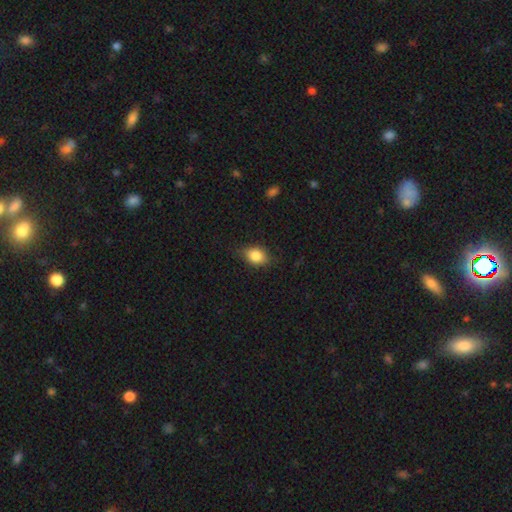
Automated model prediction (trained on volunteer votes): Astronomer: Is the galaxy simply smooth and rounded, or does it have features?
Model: smooth — 83%.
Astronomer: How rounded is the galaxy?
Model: in between — 69%.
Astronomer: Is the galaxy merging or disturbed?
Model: none — 77%.